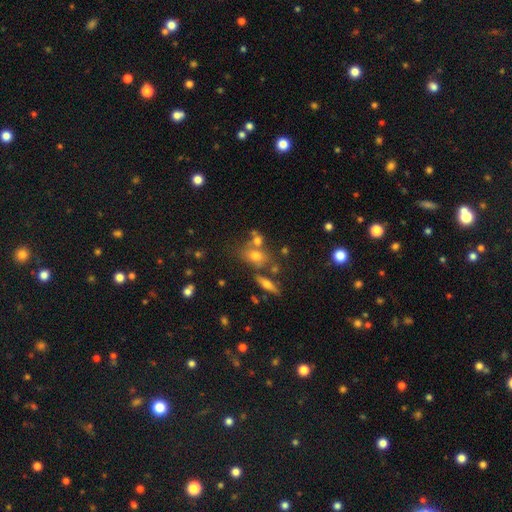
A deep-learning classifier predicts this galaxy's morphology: Smooth or featured? smooth (61%)
How rounded? in between (57%)
Merging? none (54%)